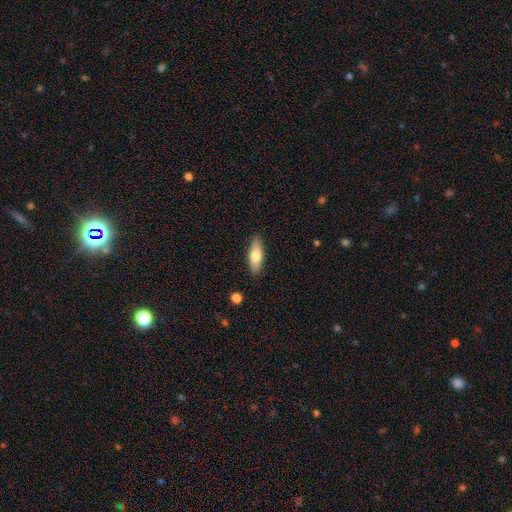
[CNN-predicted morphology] smooth_or_featured: smooth (p=0.71) [alt: featured or disk p=0.23]
how_rounded: in between (p=0.61) [alt: cigar-shaped p=0.36]
merging: none (p=0.88) [alt: minor disturbance p=0.09]